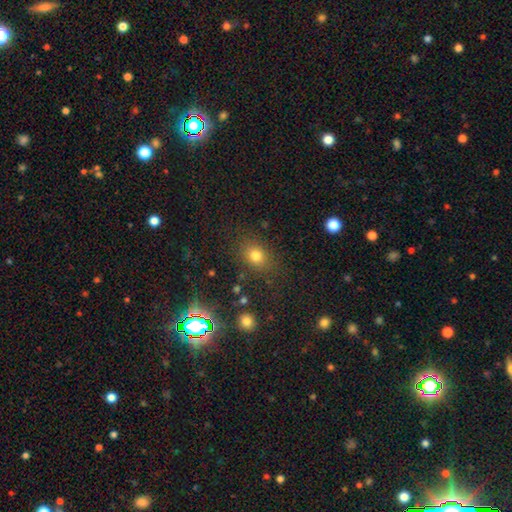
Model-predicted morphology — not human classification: A smooth galaxy with no disk features (75%) that is round (52%).

Vote fractions:
- Smooth or featured? smooth: 75% / star or artifact: 17% / featured or disk: 8%
- How rounded? round: 52% / in between: 46% / cigar-shaped: 1%
- Merging? none: 80% / minor disturbance: 12% / major disturbance: 5% / merger: 3%